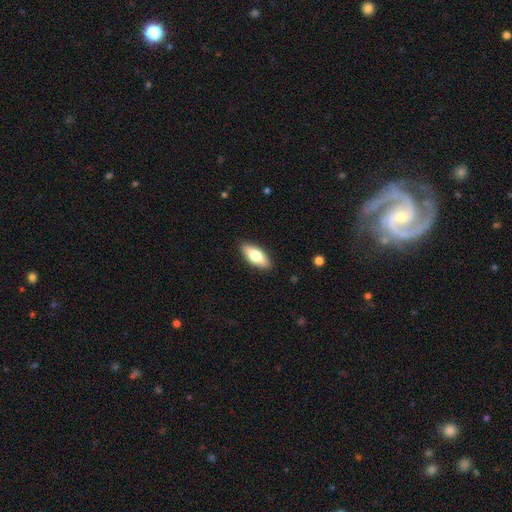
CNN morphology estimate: Smooth or featured?
  - smooth: 73% *
  - featured or disk: 21%
  - star or artifact: 6%
How rounded?
  - in between: 80% *
  - cigar-shaped: 17%
  - round: 2%
Merging?
  - none: 89% *
  - minor disturbance: 8%
  - major disturbance: 2%
  - merger: 1%